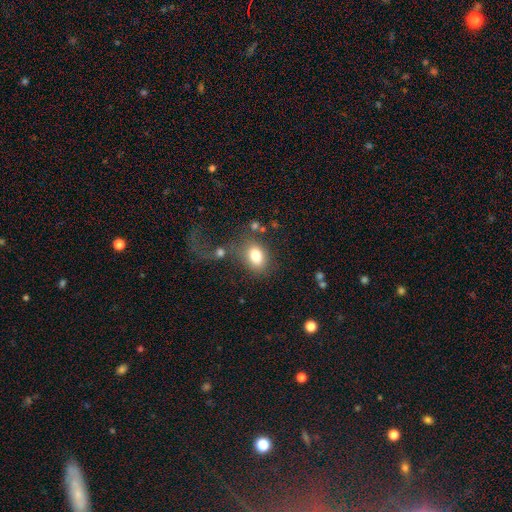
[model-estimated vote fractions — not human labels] smooth_or_featured: smooth (p=0.81) [alt: featured or disk p=0.11]
how_rounded: in between (p=0.74) [alt: round p=0.25]
merging: none (p=0.52) [alt: merger p=0.17]